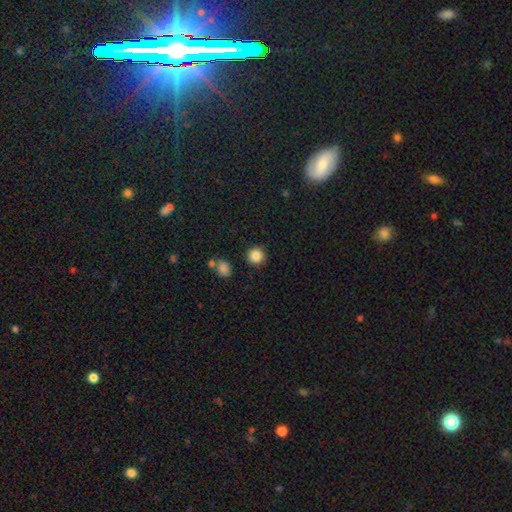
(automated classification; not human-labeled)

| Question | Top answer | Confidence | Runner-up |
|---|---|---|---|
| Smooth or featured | smooth | 86% | star or artifact (10%) |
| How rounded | round | 93% | in between (6%) |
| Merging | none | 88% | minor disturbance (7%) |